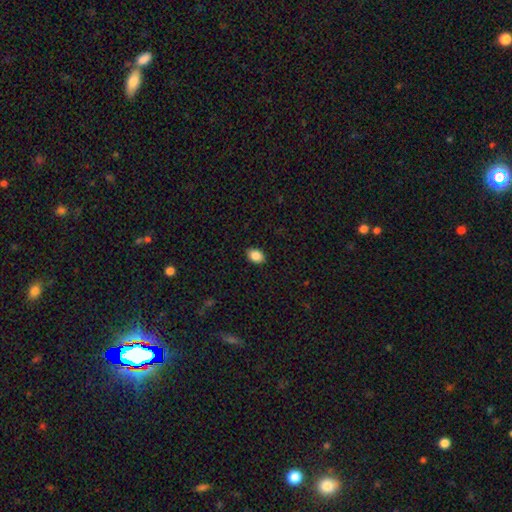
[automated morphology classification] A smooth galaxy with no disk features (87%) that is in between round and cigar-shaped (74%). Merging: none (90%).